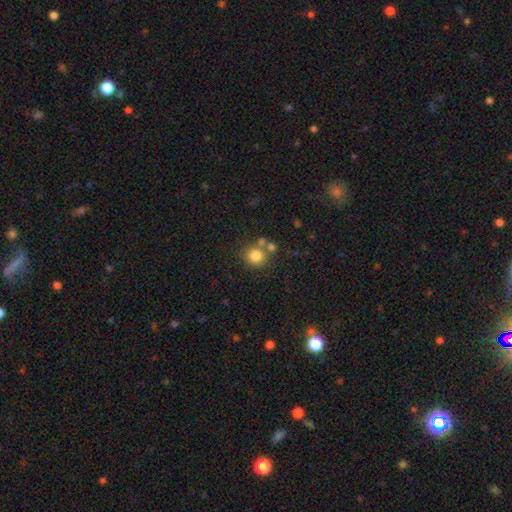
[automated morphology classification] Smooth or featured: smooth — 80% (star or artifact — 12%)
How rounded: round — 88% (in between — 11%)
Merging: none — 65% (merger — 22%)